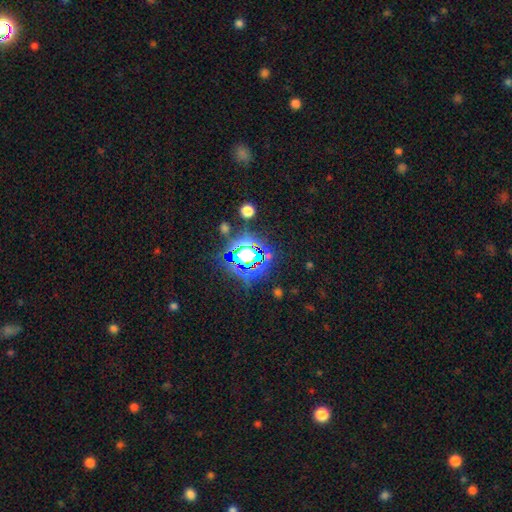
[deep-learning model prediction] This is likely a star or artifact rather than a galaxy (69%).